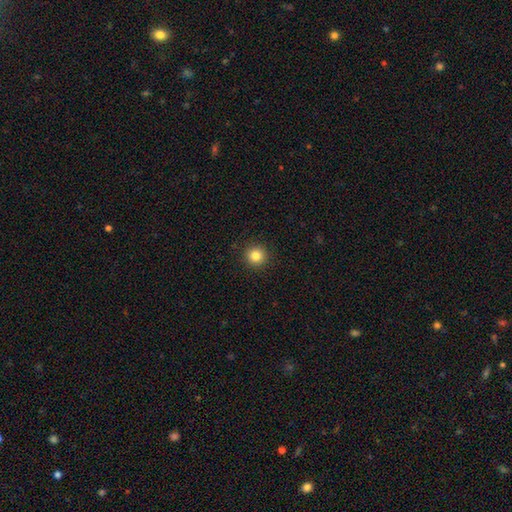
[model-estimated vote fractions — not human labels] Smooth or featured? smooth (84%)
How rounded? round (95%)
Merging? none (92%)